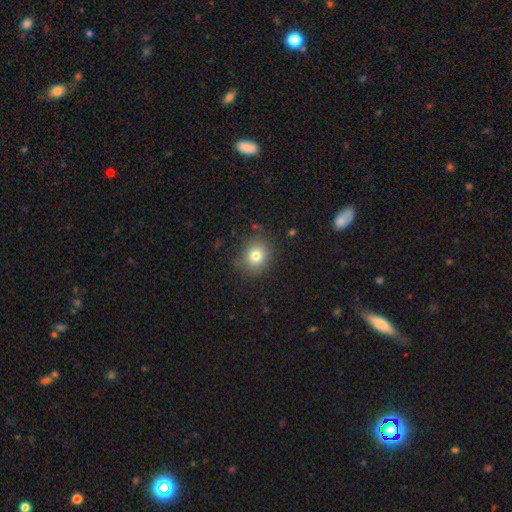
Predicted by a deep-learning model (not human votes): A smooth galaxy with no disk features (77%) that is round (78%).

Vote fractions:
- Smooth or featured? smooth: 77% / star or artifact: 13% / featured or disk: 10%
- How rounded? round: 78% / in between: 21% / cigar-shaped: 1%
- Merging? none: 83% / minor disturbance: 12% / major disturbance: 4% / merger: 2%